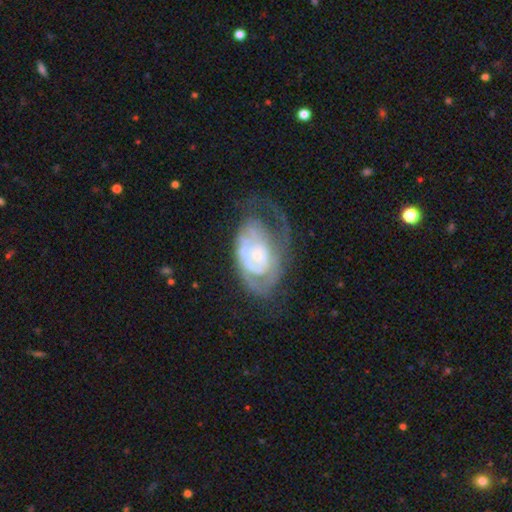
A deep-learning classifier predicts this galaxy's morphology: Overall: featured or disk (75%). Edge-on disk: no (96%). Bar: no (79%). Spiral arms: yes (71%). Spiral arm count: can't tell (39%; 1 29%). Spiral winding: tight (55%; medium 29%). Bulge size: small (55%; moderate 24%). Merging: major disturbance (40%; none 33%).